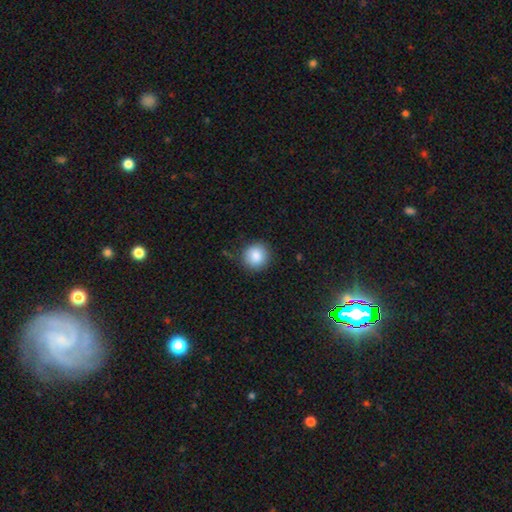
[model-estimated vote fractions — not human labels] smooth 87%, star or artifact 8%, featured or disk 4%. Down the decision tree: how rounded — round (92%); merging — none (86%).